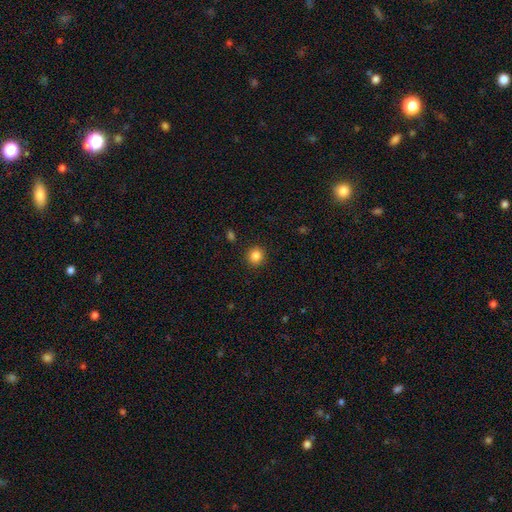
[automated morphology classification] type=smooth (85%); roundness=round (91%); merging=none (92%).